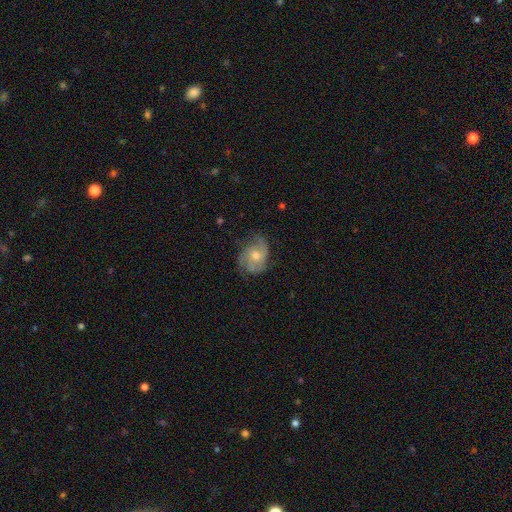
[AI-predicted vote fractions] The model was most divided on "spiral winding" (2-way tie): tight: 43%, medium: 43%, loose: 14%. Remaining: edge-on disk — no (97%); spiral arms — yes (92%); bar — no (76%); smooth or featured — featured or disk (74%); bulge size — moderate (69%); merging — none (68%); spiral arm count — 3 (37%).